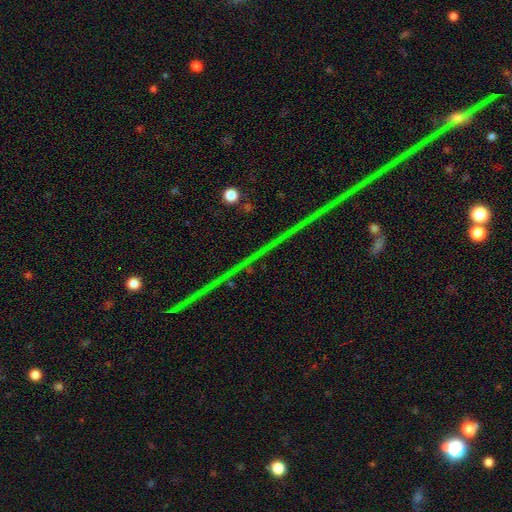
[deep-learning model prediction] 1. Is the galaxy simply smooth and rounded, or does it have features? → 79% star or artifact, 14% featured or disk, 8% smooth.